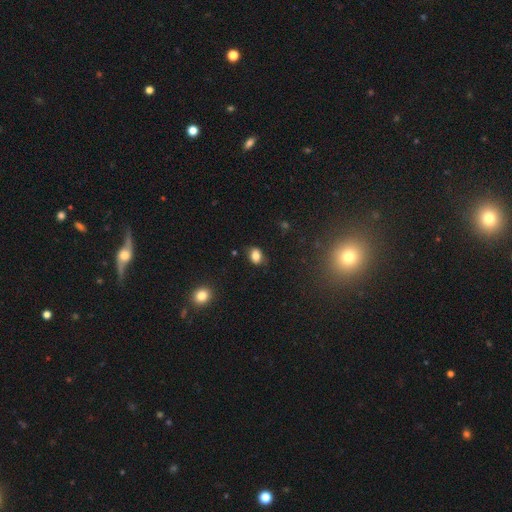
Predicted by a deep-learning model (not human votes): smooth_or_featured: smooth (p=0.81) [alt: star or artifact p=0.11]
how_rounded: in between (p=0.72) [alt: round p=0.27]
merging: none (p=0.77) [alt: minor disturbance p=0.17]